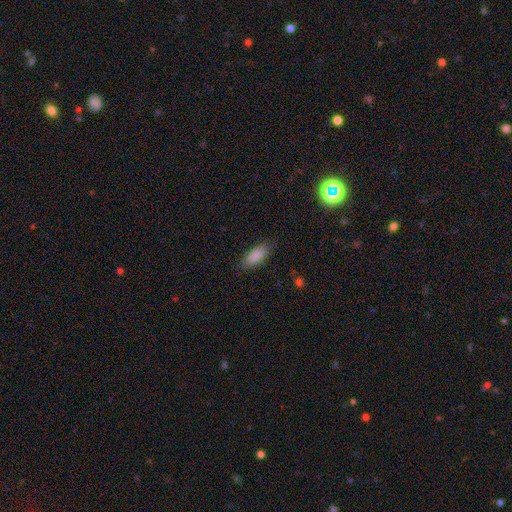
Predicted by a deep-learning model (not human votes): Smooth or featured? smooth (88%)
How rounded? in between (82%)
Merging? none (84%)